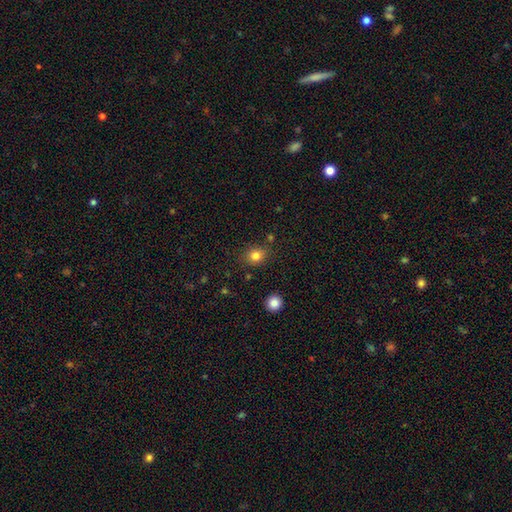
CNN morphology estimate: smooth-or-featured: smooth: 81% | star or artifact: 12% | featured or disk: 7%
  how-rounded: round: 70% | in between: 29% | cigar-shaped: 1%
  merging: none: 83% | minor disturbance: 11% | merger: 3% | major disturbance: 3%